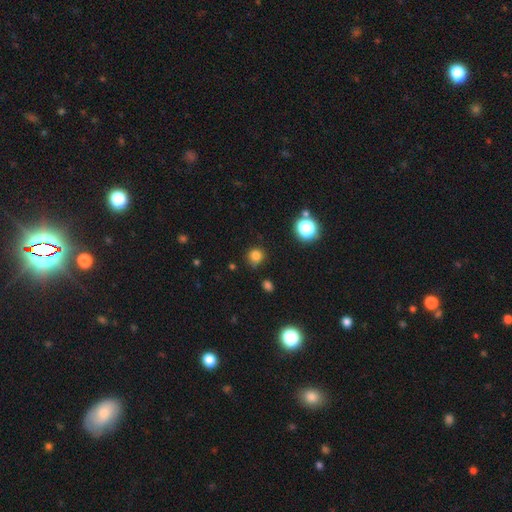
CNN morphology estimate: Smooth or featured? smooth (79%)
How rounded? round (89%)
Merging? none (75%)